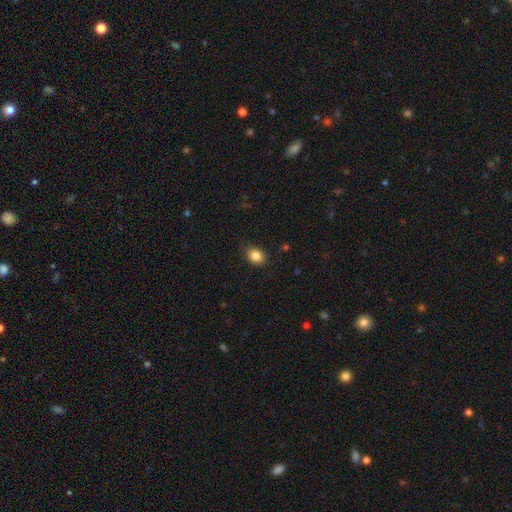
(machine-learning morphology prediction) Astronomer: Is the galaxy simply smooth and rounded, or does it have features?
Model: smooth — 85%.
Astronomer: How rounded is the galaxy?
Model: in between — 57% (runner-up: round, 42%).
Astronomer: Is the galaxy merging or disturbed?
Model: none — 82%.